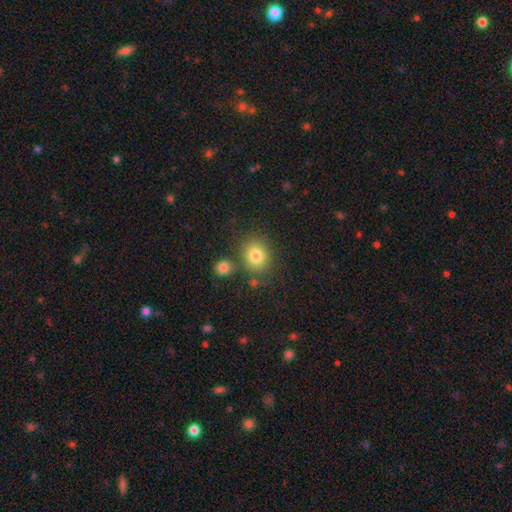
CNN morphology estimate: A smooth galaxy with no disk features (80%) that is round (69%).

Vote fractions:
- Smooth or featured? smooth: 80% / star or artifact: 11% / featured or disk: 9%
- How rounded? round: 69% / in between: 30% / cigar-shaped: 1%
- Merging? none: 74% / minor disturbance: 11% / merger: 11% / major disturbance: 4%